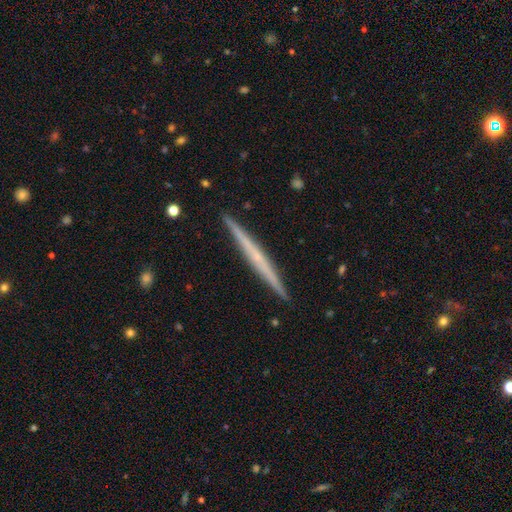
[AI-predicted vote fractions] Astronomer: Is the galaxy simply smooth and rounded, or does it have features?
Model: featured or disk — 60%.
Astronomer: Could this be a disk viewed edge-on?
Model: yes — 98%.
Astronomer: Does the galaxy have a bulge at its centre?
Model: none — 75%.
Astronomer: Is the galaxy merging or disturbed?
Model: none — 92%.